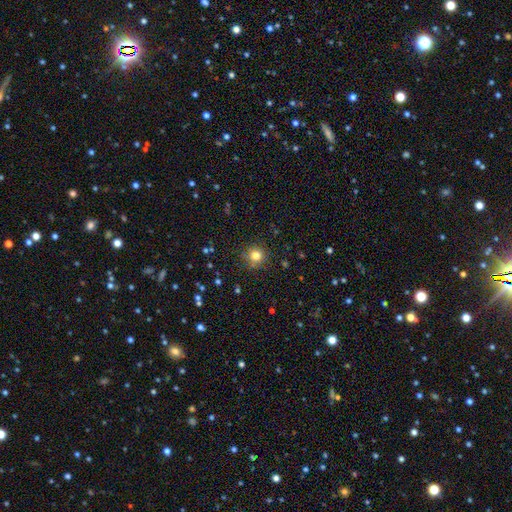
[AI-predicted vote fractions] smooth_or_featured: smooth (p=0.79) [alt: star or artifact p=0.15]
how_rounded: round (p=0.93) [alt: in between p=0.06]
merging: none (p=0.86) [alt: minor disturbance p=0.09]